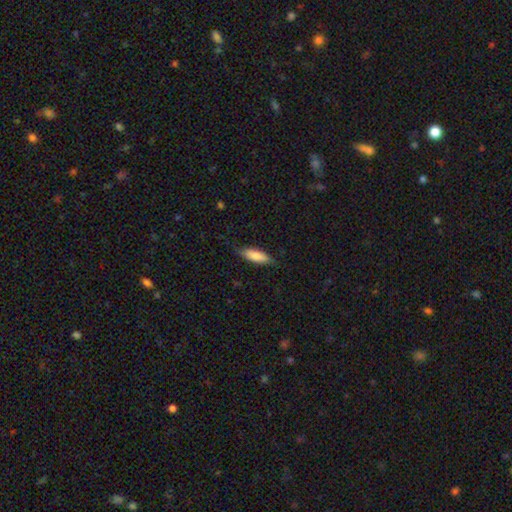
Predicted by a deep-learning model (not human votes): This appears to be a smooth galaxy with no disk features (82%) that is in between round and cigar-shaped (53%). Merging: none (79%).